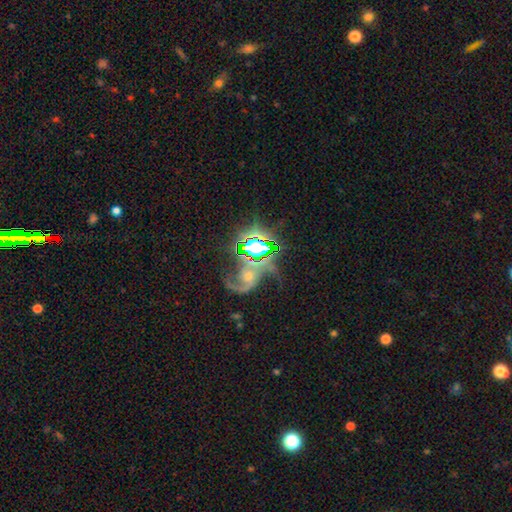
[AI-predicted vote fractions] Smooth or featured? star or artifact (67%)